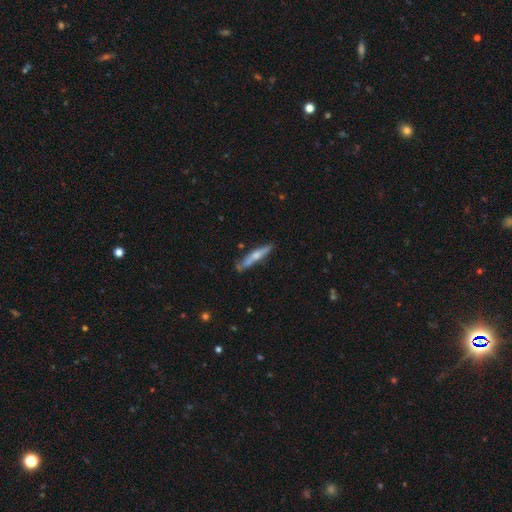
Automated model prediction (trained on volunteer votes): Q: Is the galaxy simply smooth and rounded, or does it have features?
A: smooth — 48%.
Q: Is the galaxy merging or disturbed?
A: none — 75%.